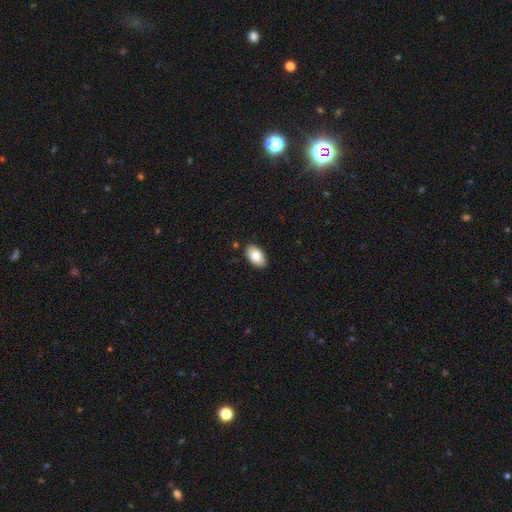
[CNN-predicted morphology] The model was most divided on "smooth or featured": smooth: 83%, featured or disk: 11%, star or artifact: 7%. More confident: how rounded — in between (95%); merging — none (87%).